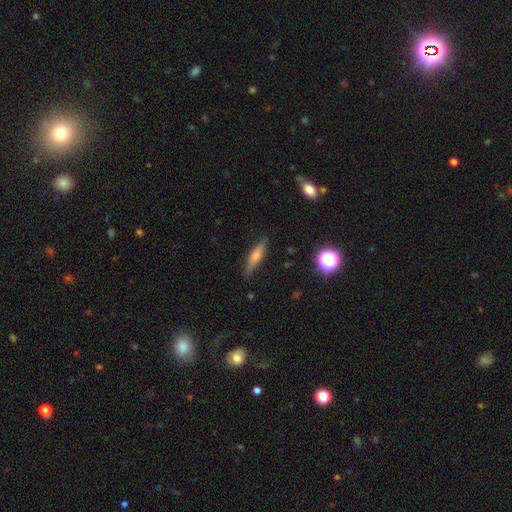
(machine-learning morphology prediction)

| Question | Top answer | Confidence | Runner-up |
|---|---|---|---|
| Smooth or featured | smooth | 57% | featured or disk (35%) |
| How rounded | cigar-shaped | 74% | in between (24%) |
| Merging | none | 82% | minor disturbance (14%) |